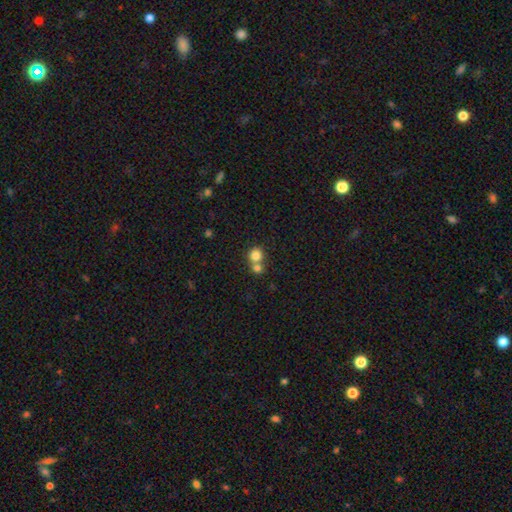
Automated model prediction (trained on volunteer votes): A smooth galaxy with no disk features (81%) that is round (86%).

Vote fractions:
- Smooth or featured? smooth: 81% / star or artifact: 10% / featured or disk: 9%
- How rounded? round: 86% / in between: 13% / cigar-shaped: 1%
- Merging? merger: 47% / none: 44% / minor disturbance: 6% / major disturbance: 2%